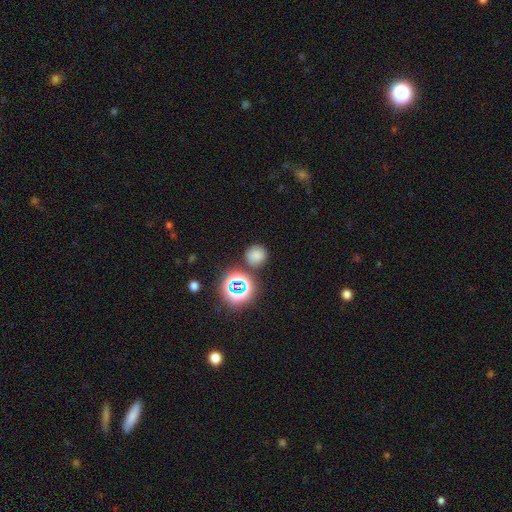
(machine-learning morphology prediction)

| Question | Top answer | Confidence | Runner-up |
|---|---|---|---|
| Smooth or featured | smooth | 71% | star or artifact (23%) |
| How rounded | round | 91% | in between (8%) |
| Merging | none | 82% | minor disturbance (9%) |